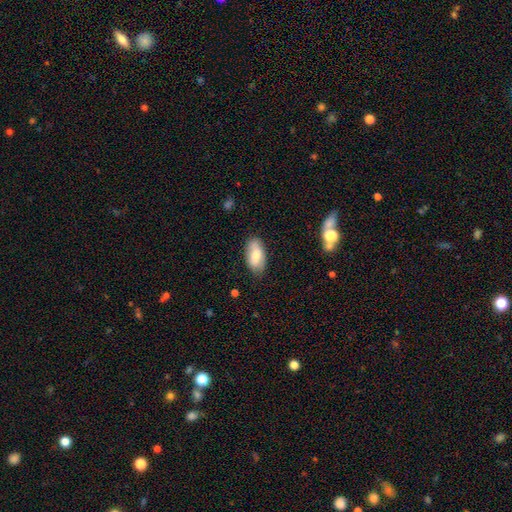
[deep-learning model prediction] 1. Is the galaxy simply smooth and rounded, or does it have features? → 70% smooth, 23% featured or disk, 7% star or artifact.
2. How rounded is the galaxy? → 92% in between, 5% cigar-shaped, 3% round.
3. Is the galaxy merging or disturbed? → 79% none, 16% minor disturbance, 3% major disturbance, 2% merger.